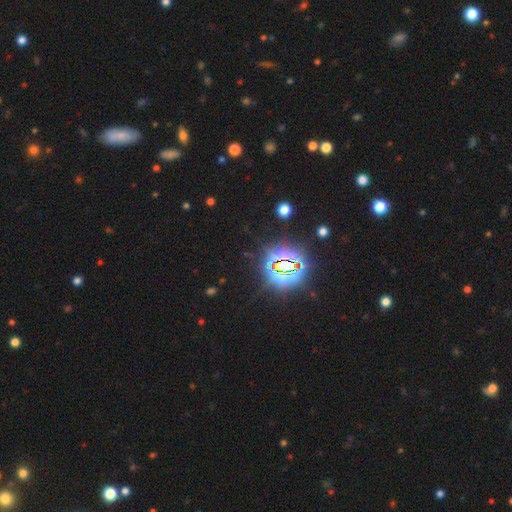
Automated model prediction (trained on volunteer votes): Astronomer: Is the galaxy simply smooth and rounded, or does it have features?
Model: star or artifact — 82%.